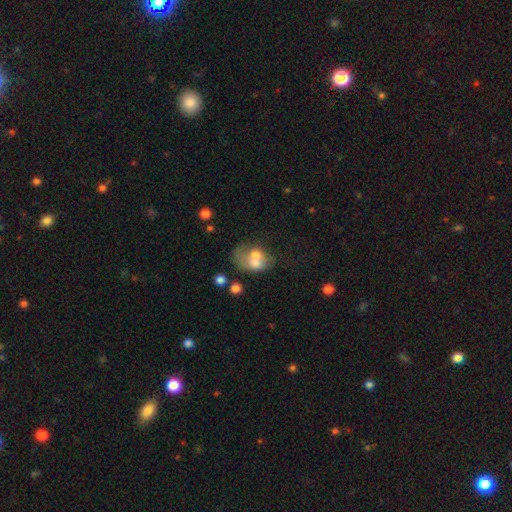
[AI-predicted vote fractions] Overall: smooth (57%; featured or disk 33%). How rounded: in between (62%; round 37%). Merging: merger (51%; major disturbance 20%).